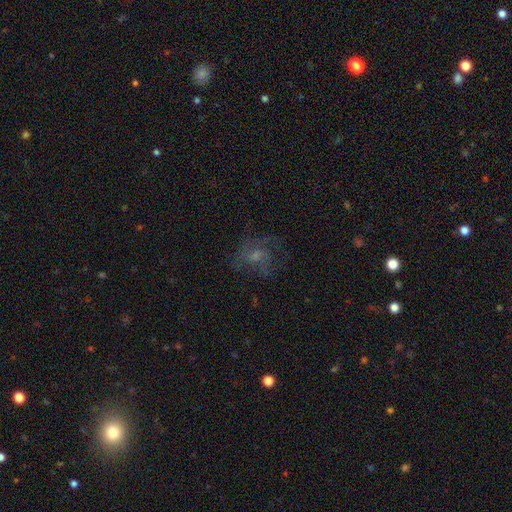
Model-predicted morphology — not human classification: This appears to be a featured or disk galaxy (50%). Merging: none (53%).